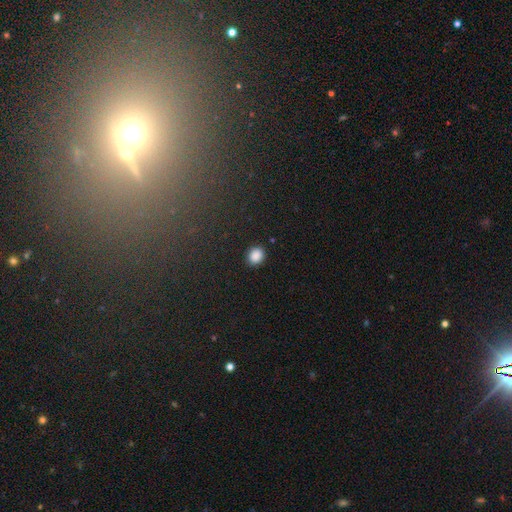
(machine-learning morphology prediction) This is clearly a smooth galaxy (88%). How rounded: possibly round (58%). Merging: clearly none (89%).